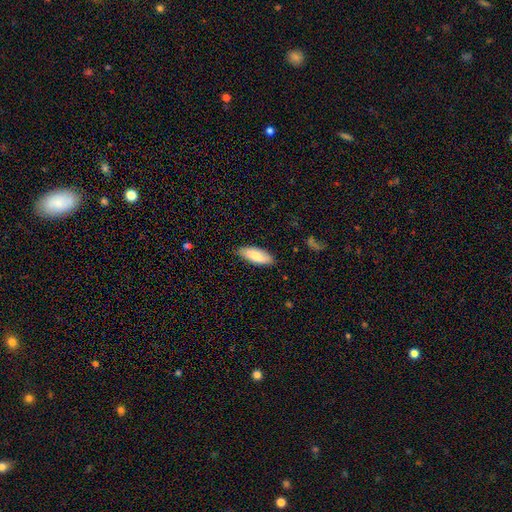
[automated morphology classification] A smooth galaxy with no disk features (81%) that is in between round and cigar-shaped (76%). Merging: none (80%).